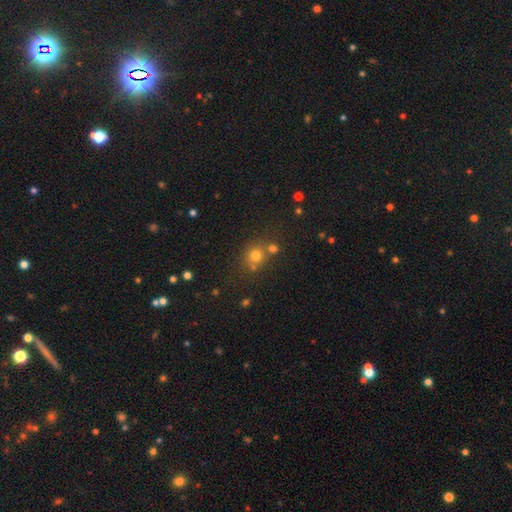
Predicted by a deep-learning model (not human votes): Smooth or featured: smooth — 73% (star or artifact — 18%)
How rounded: round — 82% (in between — 17%)
Merging: none — 60% (merger — 26%)